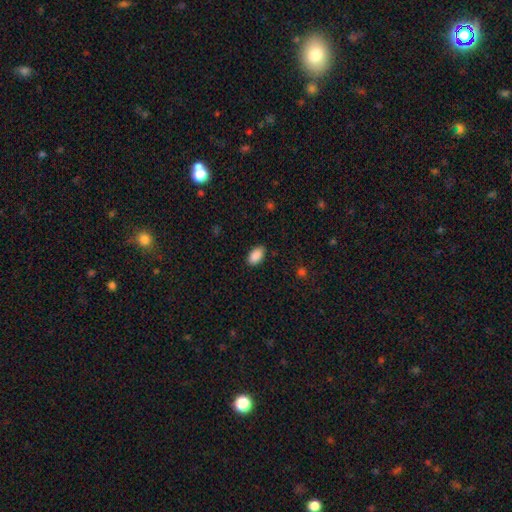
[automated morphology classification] Smooth or featured? smooth (89%)
How rounded? in between (93%)
Merging? none (86%)